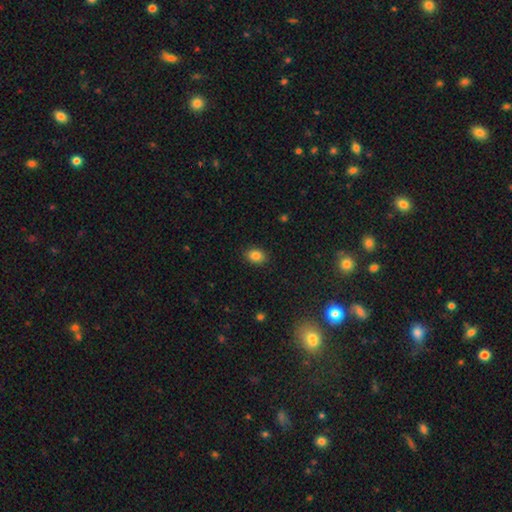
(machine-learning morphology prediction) Smooth or featured? Predicted: smooth (p=0.85). How rounded? Predicted: in between (p=0.64). Merging? Predicted: none (p=0.88).